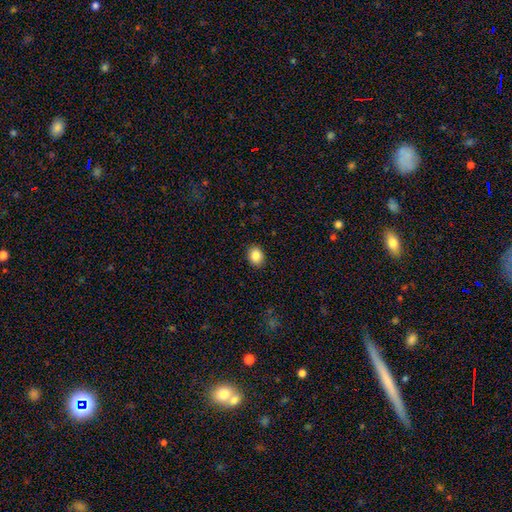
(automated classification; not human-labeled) Q: Smooth or featured?
A: smooth (86%); runner-up: star or artifact (9%)
Q: How rounded?
A: round (54%); runner-up: in between (45%)
Q: Merging?
A: none (90%); runner-up: minor disturbance (7%)